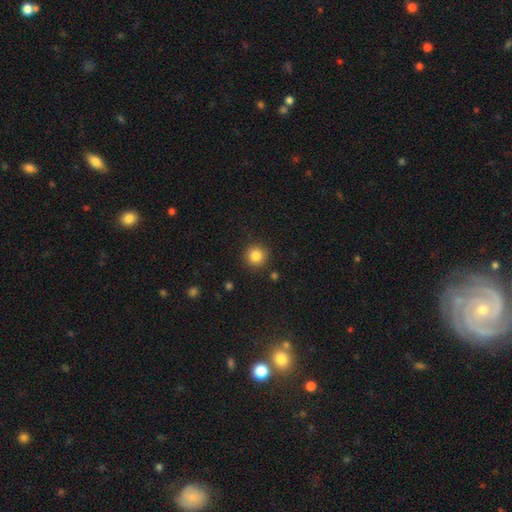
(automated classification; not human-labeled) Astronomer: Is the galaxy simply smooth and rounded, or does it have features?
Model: smooth — 85%.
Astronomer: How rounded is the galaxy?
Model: round — 95%.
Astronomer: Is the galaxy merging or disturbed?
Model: none — 90%.